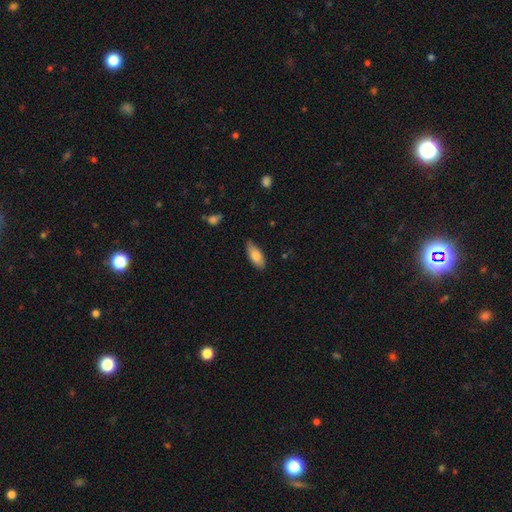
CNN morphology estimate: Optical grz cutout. It shows a smooth galaxy with no disk features (80%) that is in between round and cigar-shaped (85%). Merging: none (74%).